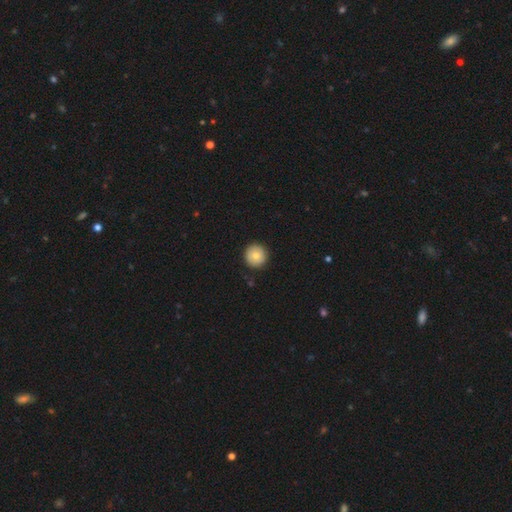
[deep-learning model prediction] Q: Smooth or featured?
A: smooth (78%); runner-up: featured or disk (13%)
Q: How rounded?
A: round (96%); runner-up: in between (3%)
Q: Merging?
A: none (92%); runner-up: minor disturbance (6%)